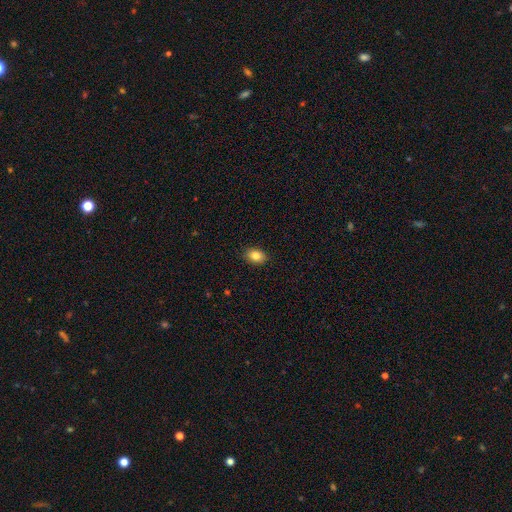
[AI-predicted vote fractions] smooth 85%, star or artifact 9%, featured or disk 7%. Down the decision tree: how rounded — in between (79%); merging — none (89%).